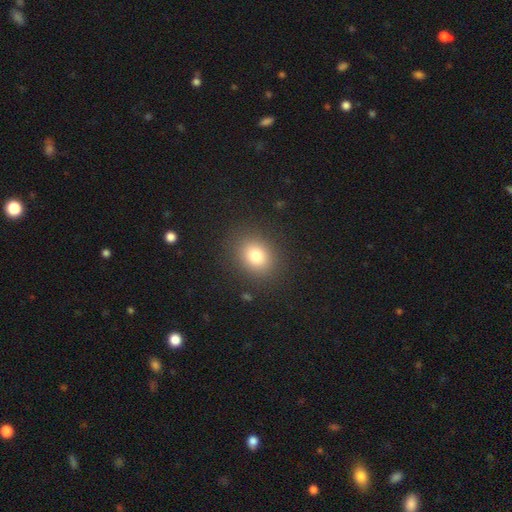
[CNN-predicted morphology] smooth-or-featured: smooth: 80% | star or artifact: 12% | featured or disk: 8%
  how-rounded: round: 55% | in between: 44% | cigar-shaped: 1%
  merging: none: 87% | minor disturbance: 8% | major disturbance: 4% | merger: 1%